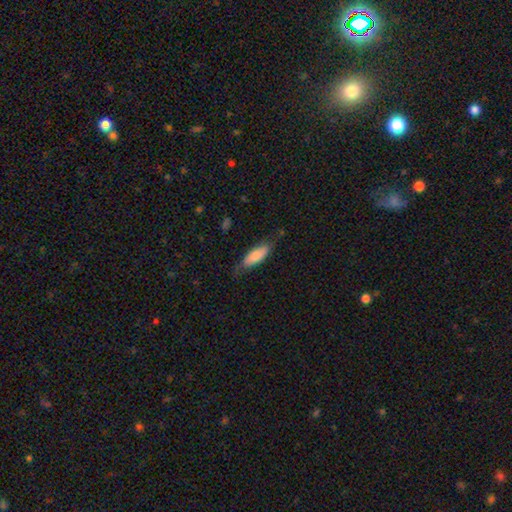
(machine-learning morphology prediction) Smooth or featured: smooth — 75% (featured or disk — 19%)
How rounded: in between — 68% (cigar-shaped — 30%)
Merging: none — 66% (minor disturbance — 26%)